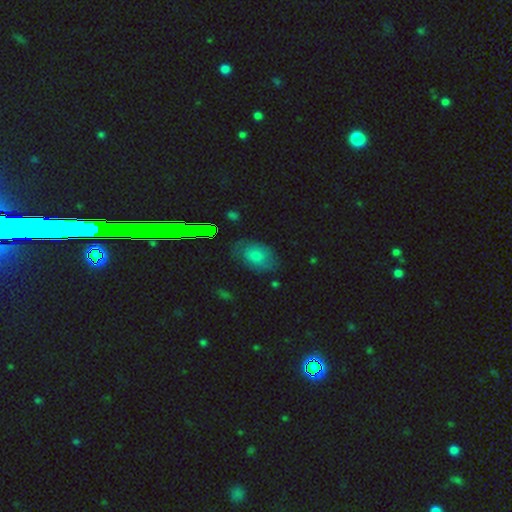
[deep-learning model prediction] smooth-or-featured: smooth: 64% | star or artifact: 18% | featured or disk: 18%
  how-rounded: in between: 80% | round: 18% | cigar-shaped: 2%
  merging: none: 71% | minor disturbance: 20% | major disturbance: 6% | merger: 2%